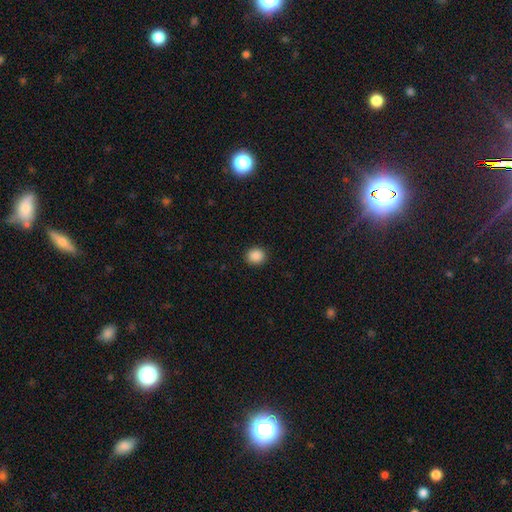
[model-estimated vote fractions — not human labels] smooth-or-featured: smooth: 88% | star or artifact: 9% | featured or disk: 3%
  how-rounded: round: 80% | in between: 19% | cigar-shaped: 1%
  merging: none: 91% | minor disturbance: 6% | major disturbance: 2% | merger: 1%